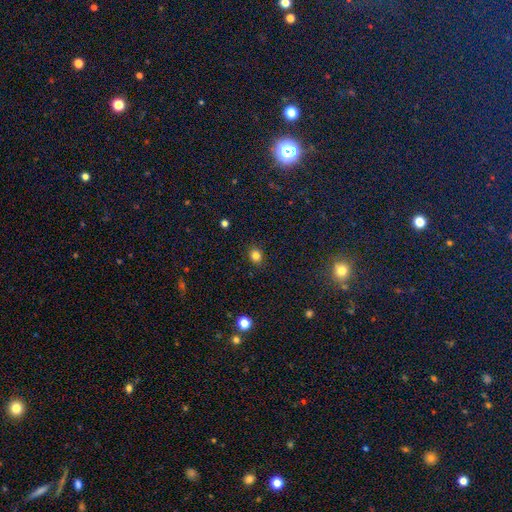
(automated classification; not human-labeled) Smooth or featured: smooth — 82% (star or artifact — 13%)
How rounded: round — 74% (in between — 25%)
Merging: none — 89% (minor disturbance — 8%)